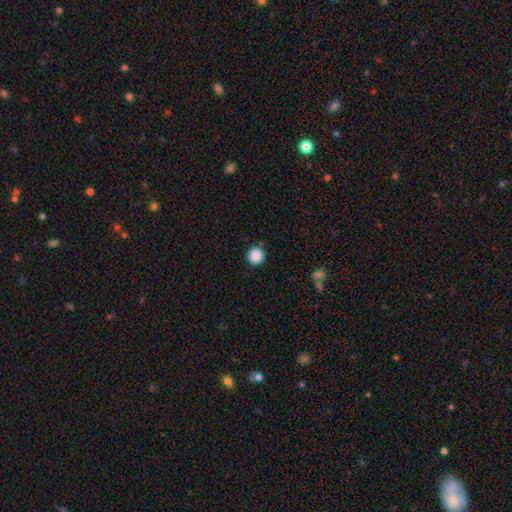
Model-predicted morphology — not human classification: type=smooth (88%); roundness=round (96%); merging=none (88%).